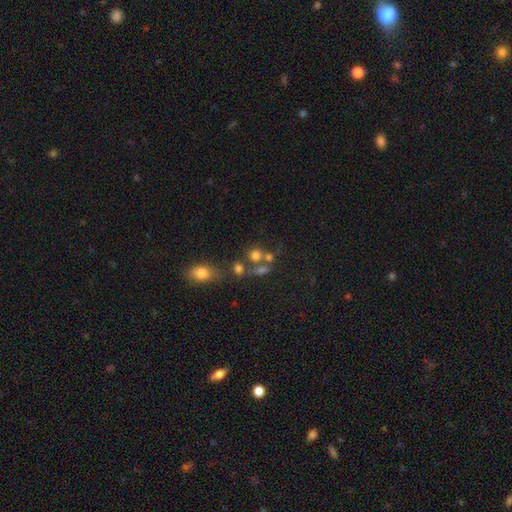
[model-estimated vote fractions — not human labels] A smooth galaxy with no disk features (68%) that is round (77%). Merging: none (47%).